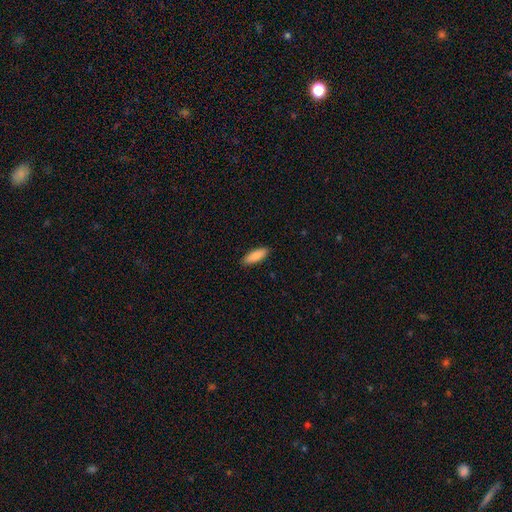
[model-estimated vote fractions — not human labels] Morphology: type=smooth (89%); roundness=in between (60%); merging=none (90%).